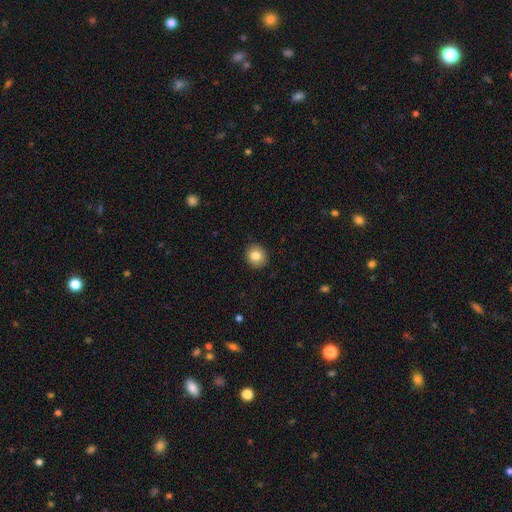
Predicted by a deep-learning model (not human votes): smooth_or_featured: smooth (p=0.82) [alt: star or artifact p=0.09]
how_rounded: round (p=0.80) [alt: in between p=0.19]
merging: none (p=0.91) [alt: minor disturbance p=0.06]